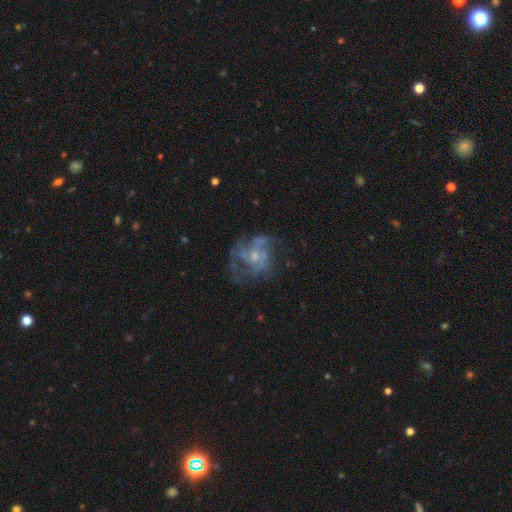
Smooth or featured: featured or disk — 87% (star or artifact — 8%)
Edge-on disk: no — 100%
Bar: no — 79% (weak — 21%)
Spiral arms: yes — 94% (no — 6%)
Spiral winding: medium — 52% (tight — 32%)
Spiral arm count: 3 — 68% (can't tell — 26%)
Bulge size: moderate — 58% (small — 42%)
Merging: none — 57% (minor disturbance — 34%)